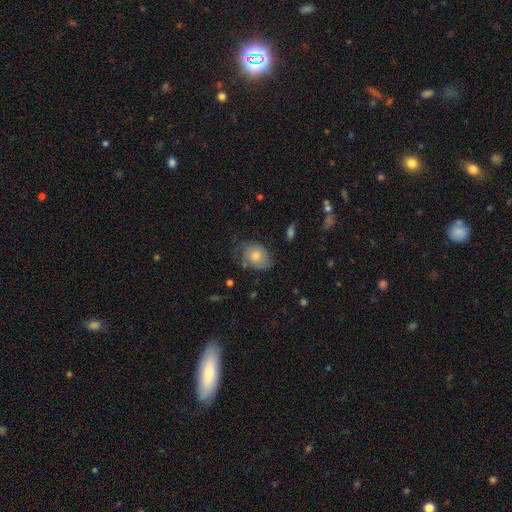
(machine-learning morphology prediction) Smooth or featured: smooth — 56% (featured or disk — 33%)
How rounded: in between — 66% (round — 33%)
Merging: none — 65% (minor disturbance — 25%)